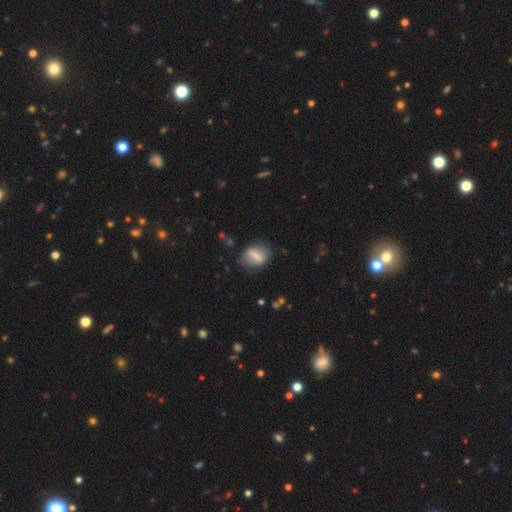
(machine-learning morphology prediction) Smooth or featured: smooth — 57% (featured or disk — 35%)
How rounded: in between — 64% (round — 32%)
Merging: none — 73% (minor disturbance — 17%)